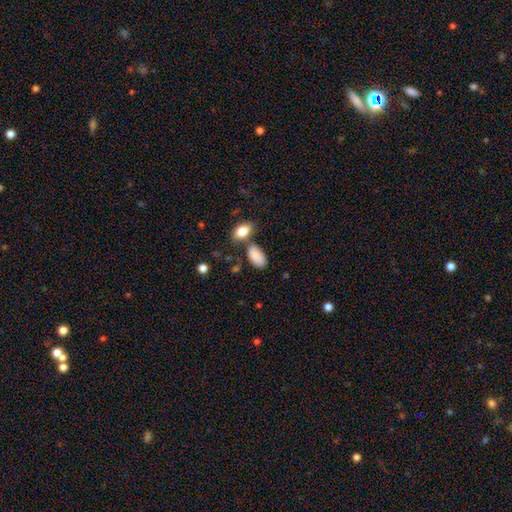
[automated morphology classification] type=smooth (88%); roundness=in between (94%); merging=none (65%).